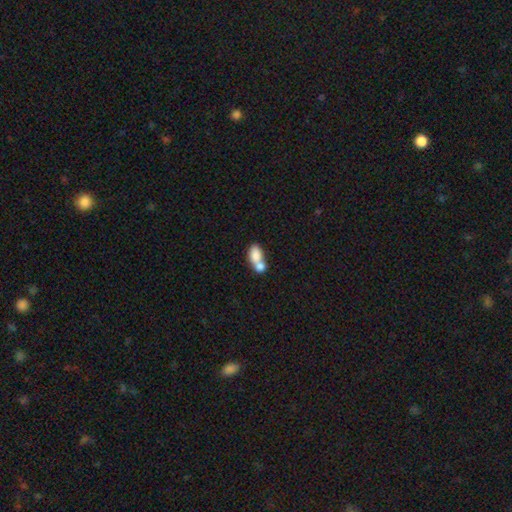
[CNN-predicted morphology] This is likely a smooth galaxy (79%). How rounded: clearly in between (83%). Merging: likely merger (66%).